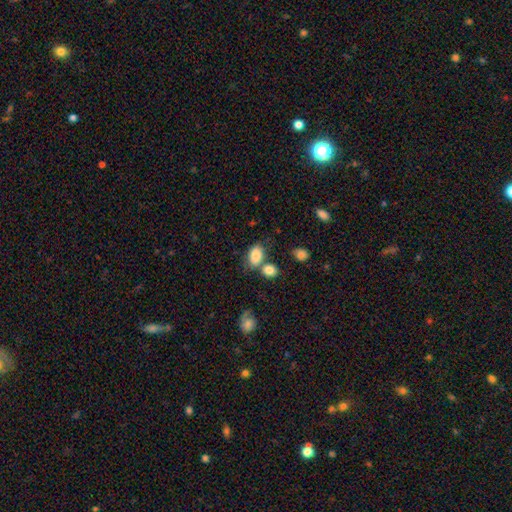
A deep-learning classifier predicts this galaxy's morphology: Smooth or featured: smooth — 83% (featured or disk — 9%)
How rounded: in between — 86% (round — 13%)
Merging: none — 53% (merger — 27%)